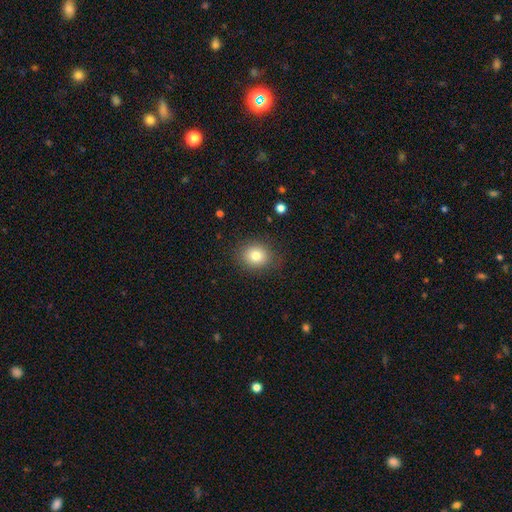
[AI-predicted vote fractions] smooth_or_featured: smooth (p=0.79) [alt: star or artifact p=0.11]
how_rounded: round (p=0.68) [alt: in between p=0.31]
merging: none (p=0.86) [alt: minor disturbance p=0.10]